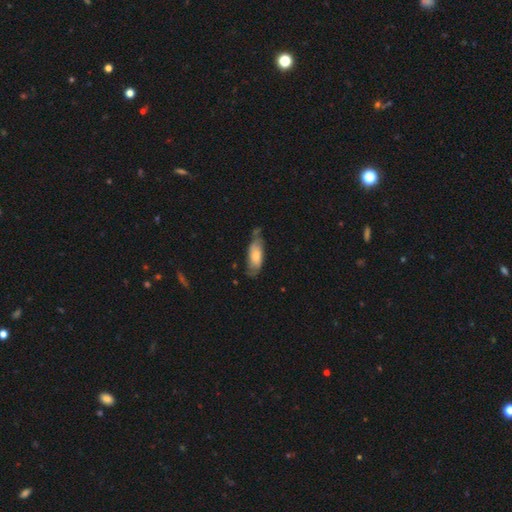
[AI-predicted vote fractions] Smooth or featured?
  - smooth: 62% *
  - featured or disk: 32%
  - star or artifact: 6%
How rounded?
  - in between: 72% *
  - cigar-shaped: 26%
  - round: 2%
Merging?
  - none: 54% *
  - minor disturbance: 31%
  - major disturbance: 9%
  - merger: 5%